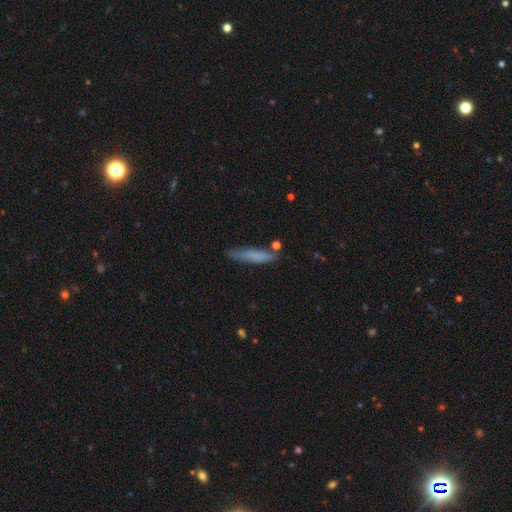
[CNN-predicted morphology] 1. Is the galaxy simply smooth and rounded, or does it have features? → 71% smooth, 22% featured or disk, 7% star or artifact.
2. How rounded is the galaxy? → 88% cigar-shaped, 10% in between, 2% round.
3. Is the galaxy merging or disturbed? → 69% none, 21% minor disturbance, 5% major disturbance, 5% merger.